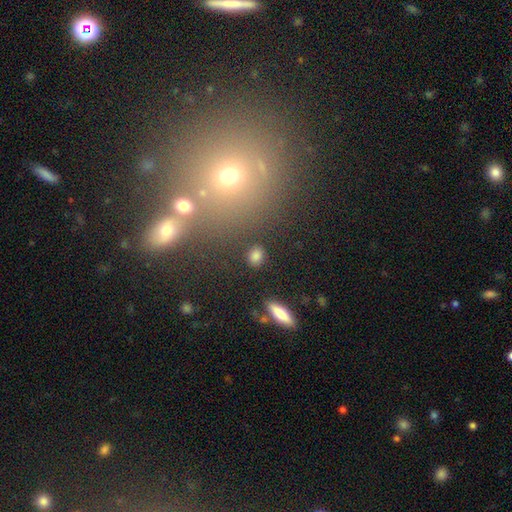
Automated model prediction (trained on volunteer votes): smooth_or_featured: smooth (p=0.82) [alt: star or artifact p=0.12]
how_rounded: round (p=0.62) [alt: in between p=0.35]
merging: none (p=0.85) [alt: minor disturbance p=0.09]